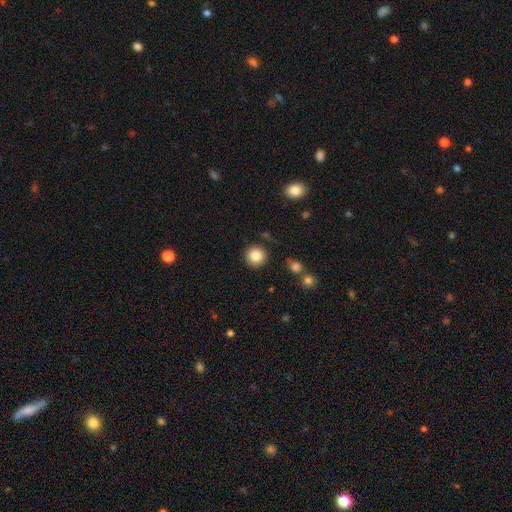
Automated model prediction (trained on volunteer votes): A smooth galaxy with no disk features (84%) that is round (94%). Merging: none (89%).